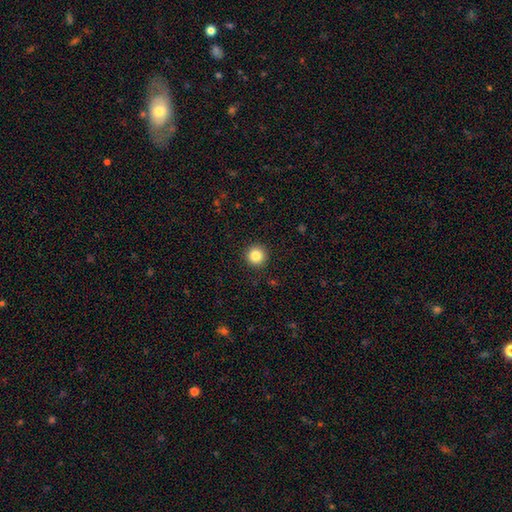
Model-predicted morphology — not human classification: Smooth or featured? Predicted: smooth (p=0.86). How rounded? Predicted: round (p=0.95). Merging? Predicted: none (p=0.92).